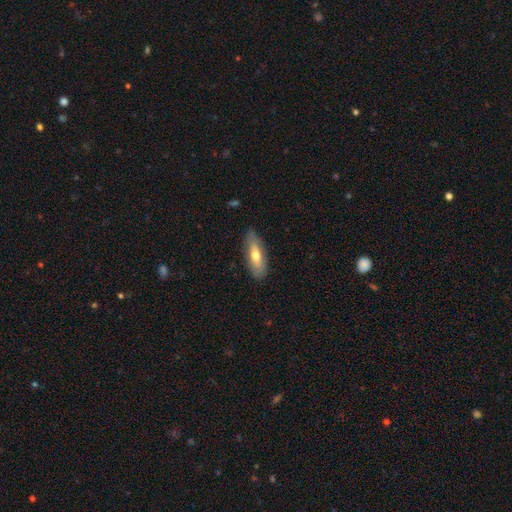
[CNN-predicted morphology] This appears to be a smooth galaxy with no disk features (60%) that is in between round and cigar-shaped (60%). Merging: none (80%).